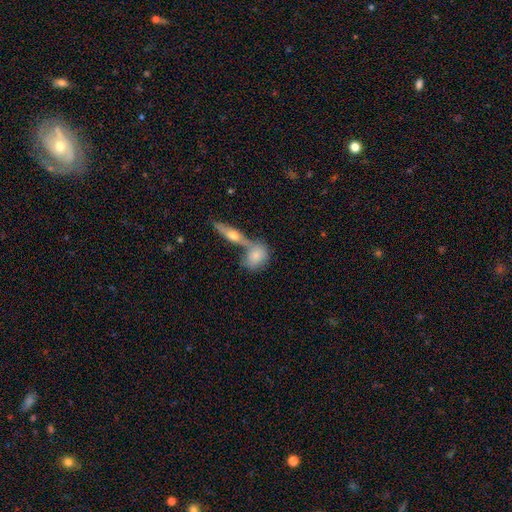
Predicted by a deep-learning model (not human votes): Smooth or featured? Predicted: smooth (p=0.72). How rounded? Predicted: in between (p=0.57). Merging? Predicted: merger (p=0.45).